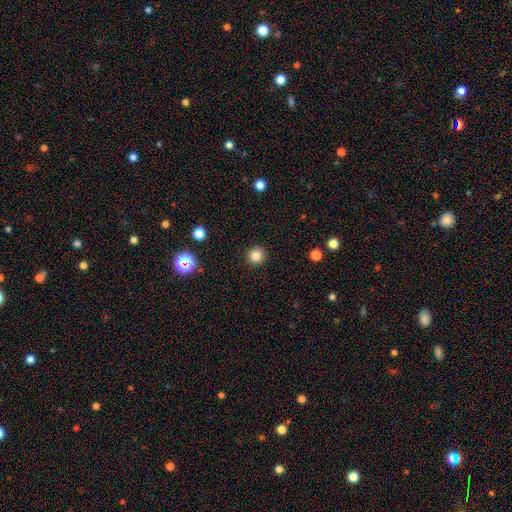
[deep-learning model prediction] Smooth or featured? Predicted: smooth (p=0.84). How rounded? Predicted: round (p=0.95). Merging? Predicted: none (p=0.92).